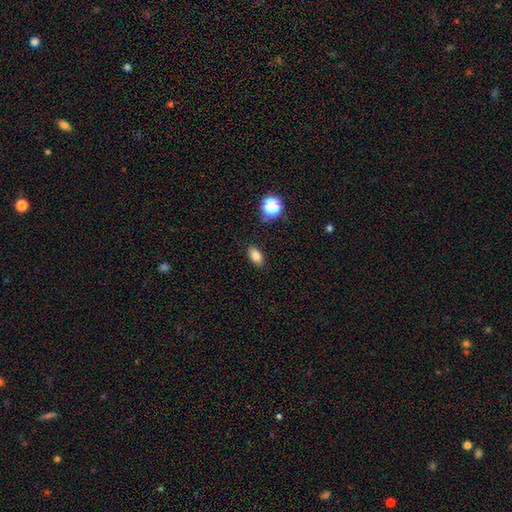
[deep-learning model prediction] The model was most divided on "smooth or featured": smooth: 81%, star or artifact: 12%, featured or disk: 8%. More confident: how rounded — in between (88%); merging — none (86%).